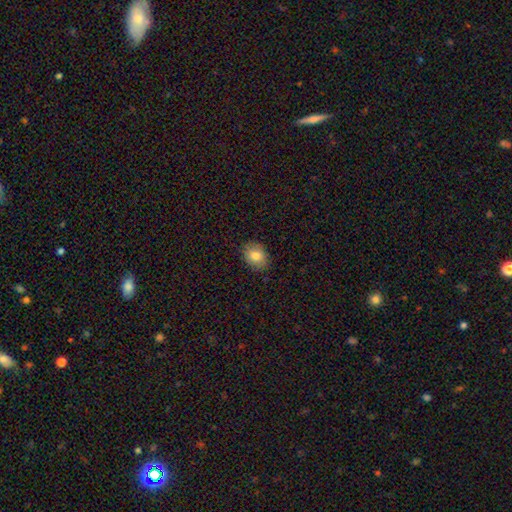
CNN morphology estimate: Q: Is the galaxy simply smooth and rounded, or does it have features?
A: smooth — 81%.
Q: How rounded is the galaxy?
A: in between — 61%.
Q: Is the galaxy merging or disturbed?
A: none — 87%.